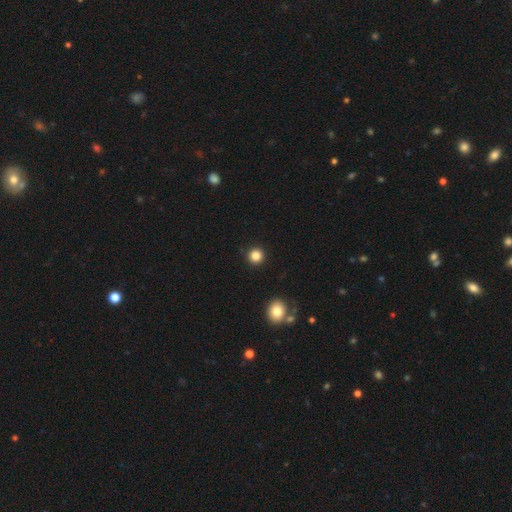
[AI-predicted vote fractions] Morphology: type=smooth (85%); roundness=round (95%); merging=none (92%).